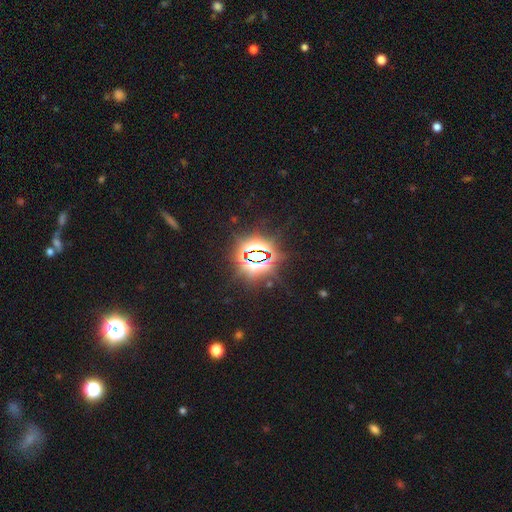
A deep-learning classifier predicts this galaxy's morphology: star or artifact 83%, smooth 10%, featured or disk 7%.